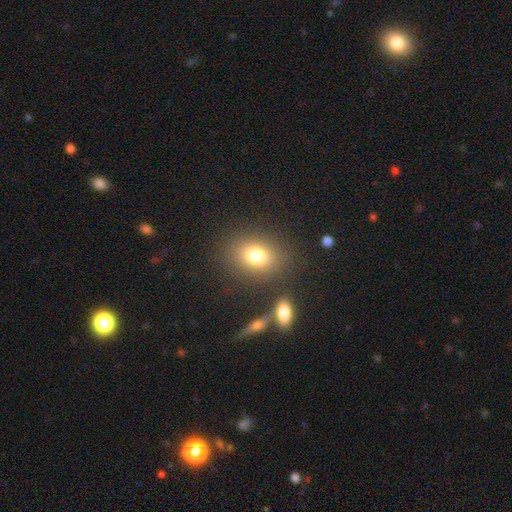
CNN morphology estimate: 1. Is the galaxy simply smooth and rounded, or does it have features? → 78% smooth, 12% star or artifact, 10% featured or disk.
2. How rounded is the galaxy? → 56% in between, 43% round, 1% cigar-shaped.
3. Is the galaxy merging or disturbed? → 80% none, 10% minor disturbance, 5% merger, 5% major disturbance.